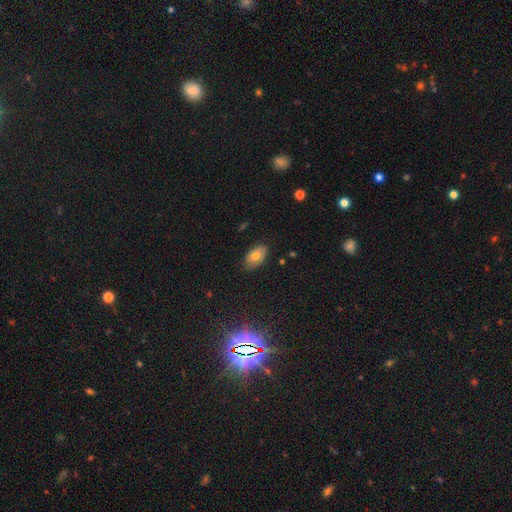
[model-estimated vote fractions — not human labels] smooth 67%, featured or disk 23%, star or artifact 9%. Down the decision tree: how rounded — in between (93%); merging — none (79%).